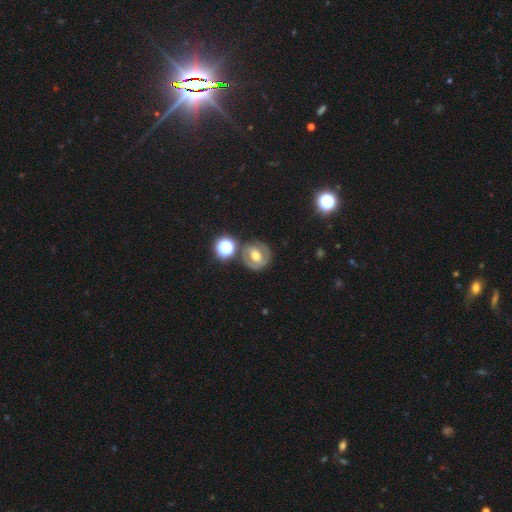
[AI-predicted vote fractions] The model was most divided on "bar": weak: 41%, no: 30%, strong: 29%. More confident: edge-on disk — no (96%); merging — none (73%); bulge size — moderate (68%); spiral arms — yes (64%); smooth or featured — featured or disk (62%).